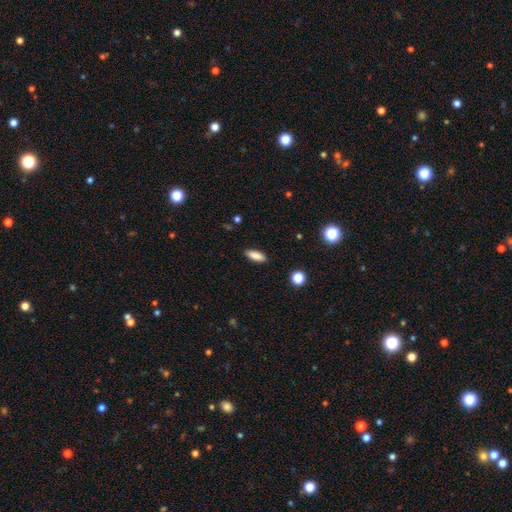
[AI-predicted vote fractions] A smooth galaxy with no disk features (86%) that is in between round and cigar-shaped (66%). Merging: none (88%).